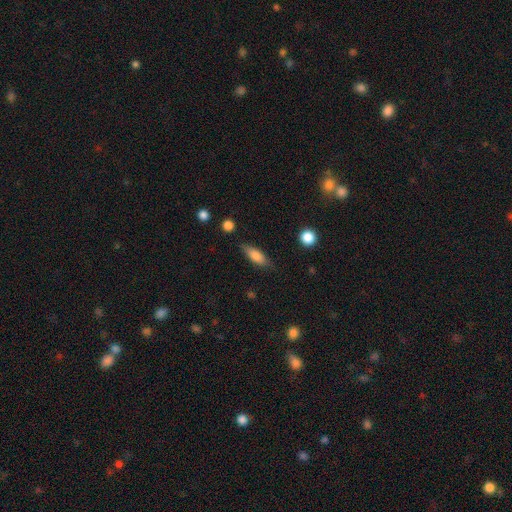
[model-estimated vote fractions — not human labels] A smooth galaxy with no disk features (72%) that is in between round and cigar-shaped (61%). Merging: none (79%).